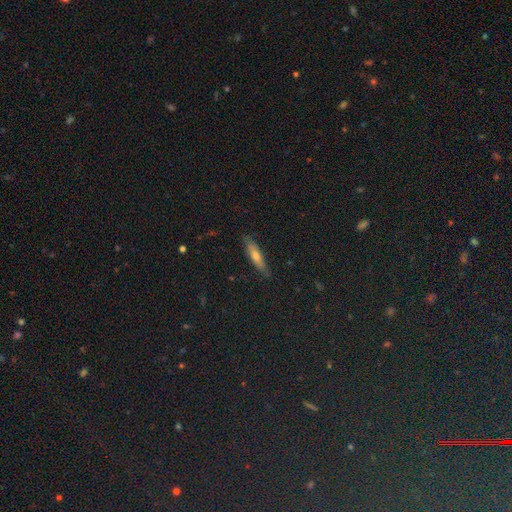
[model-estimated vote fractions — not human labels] Morphology: type=smooth (51%); roundness=cigar-shaped (78%); merging=none (86%).